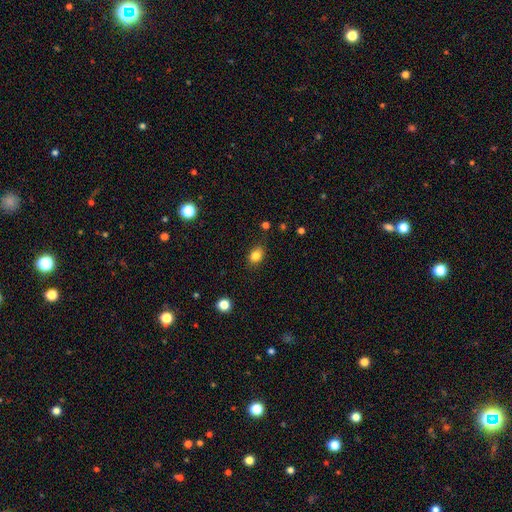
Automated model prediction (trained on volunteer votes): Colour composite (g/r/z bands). It shows a smooth galaxy with no disk features (83%) that is in between round and cigar-shaped (61%). Merging: none (82%).